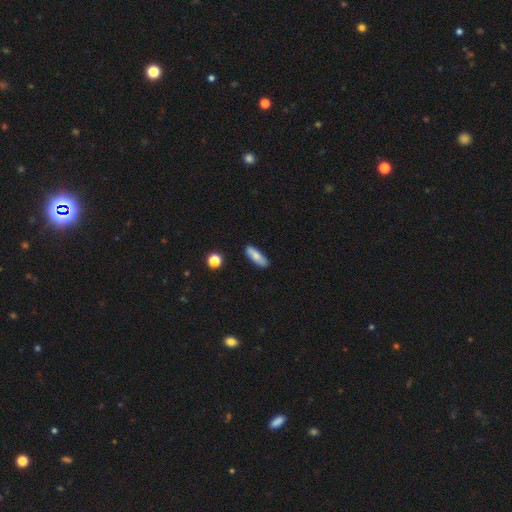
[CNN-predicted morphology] A smooth galaxy with no disk features (76%) that is in between round and cigar-shaped (49%, tied with cigar-shaped).

Vote fractions:
- Smooth or featured? smooth: 76% / featured or disk: 17% / star or artifact: 7%
- How rounded? in between: 49% (tied) / cigar-shaped: 49% (tied) / round: 3%
- Merging? none: 84% / minor disturbance: 12% / major disturbance: 2% / merger: 2%